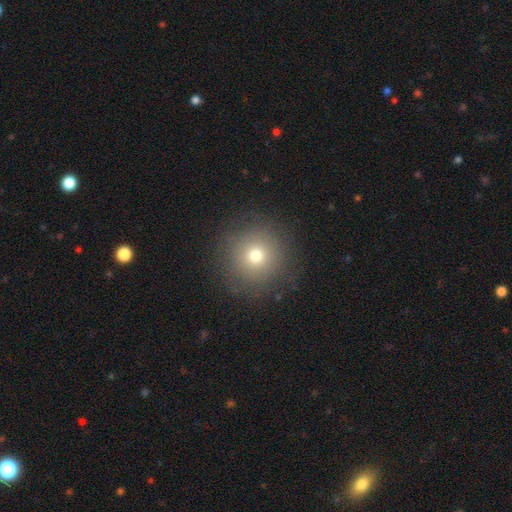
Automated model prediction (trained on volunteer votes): Smooth or featured? Predicted: smooth (p=0.73). How rounded? Predicted: round (p=0.95). Merging? Predicted: none (p=0.87).